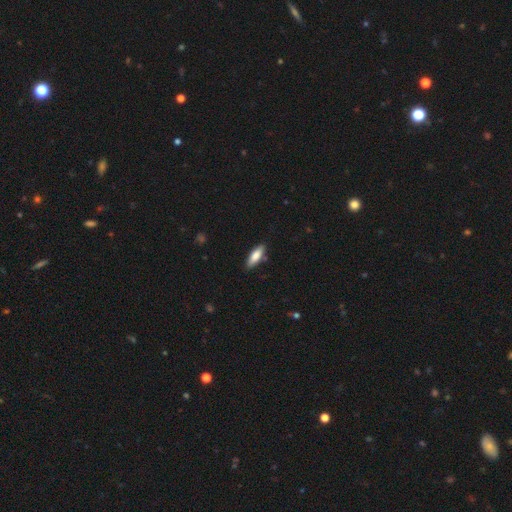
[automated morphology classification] This appears to be a smooth galaxy with no disk features (79%) that is in between round and cigar-shaped (55%). Merging: none (84%).